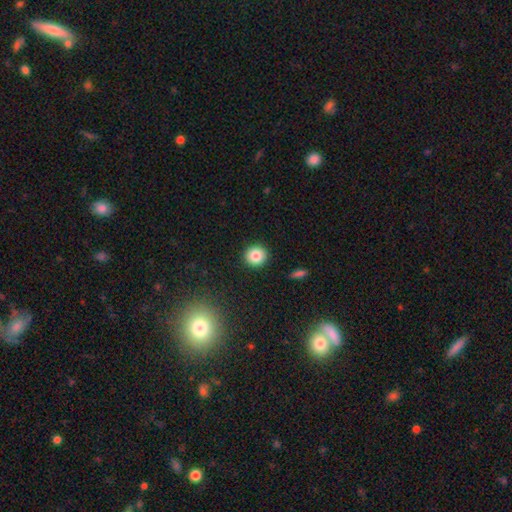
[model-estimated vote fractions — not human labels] Smooth or featured: smooth — 84% (star or artifact — 10%)
How rounded: round — 91% (in between — 8%)
Merging: none — 92% (minor disturbance — 5%)